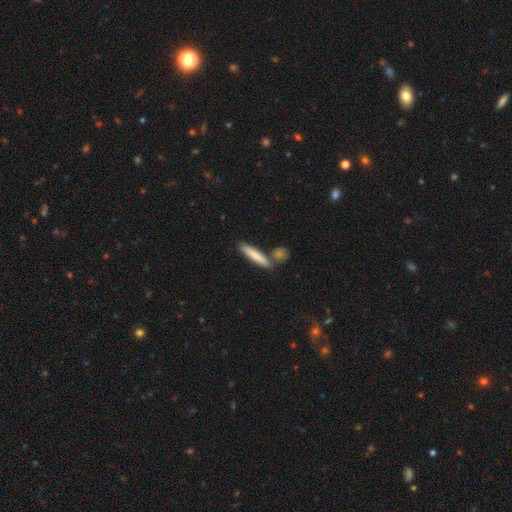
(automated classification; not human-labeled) Q: Smooth or featured?
A: smooth (77%); runner-up: featured or disk (18%)
Q: How rounded?
A: cigar-shaped (88%); runner-up: in between (10%)
Q: Merging?
A: none (75%); runner-up: merger (13%)